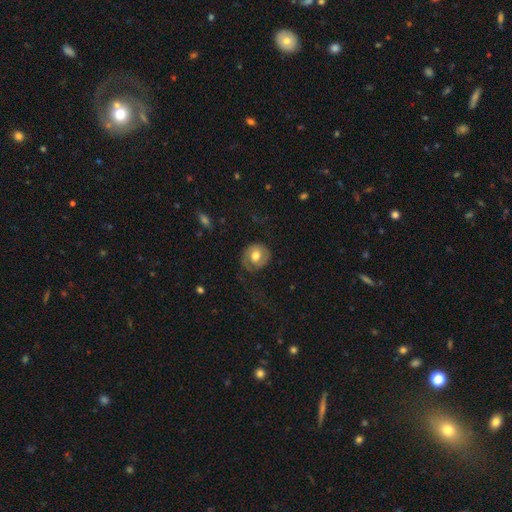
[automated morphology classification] smooth-or-featured: smooth: 53% | featured or disk: 39% | star or artifact: 7%
  how-rounded: round: 80% | in between: 19% | cigar-shaped: 1%
  merging: none: 61% | minor disturbance: 20% | major disturbance: 18% | merger: 1%